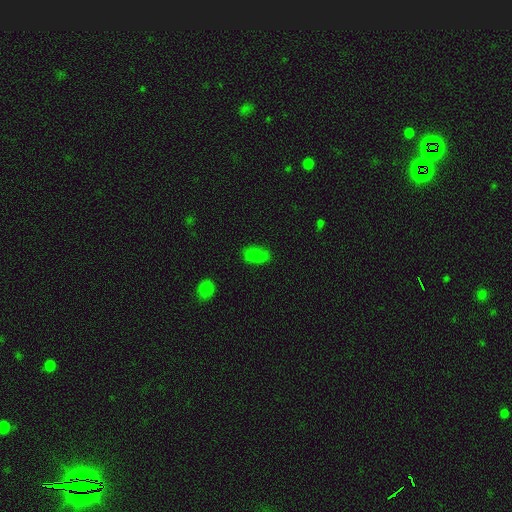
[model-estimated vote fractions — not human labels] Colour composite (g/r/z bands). It shows a smooth galaxy with no disk features (79%) that is in between round and cigar-shaped (91%). Merging: none (73%).